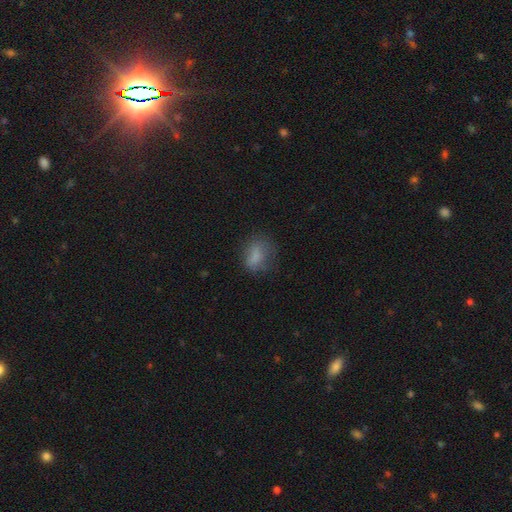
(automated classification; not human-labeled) Morphology: type=smooth (75%); roundness=in between (71%); merging=none (57%).